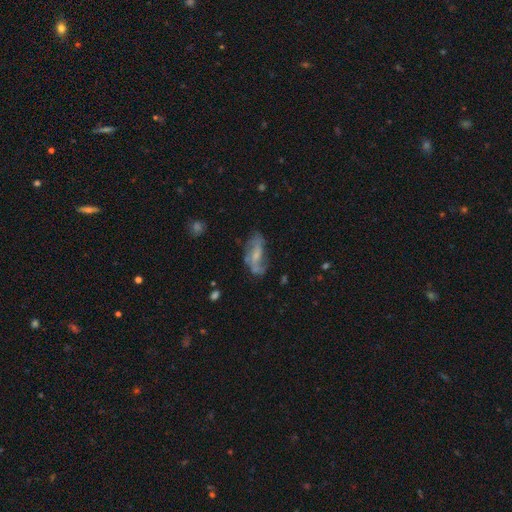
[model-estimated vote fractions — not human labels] Overall: featured or disk (61%; smooth 30%). Edge-on disk: no (91%). Bar: no (45%; weak 40%). Spiral arms: yes (73%). Bulge size: small (48%; moderate 30%). Merging: none (50%; minor disturbance 25%).